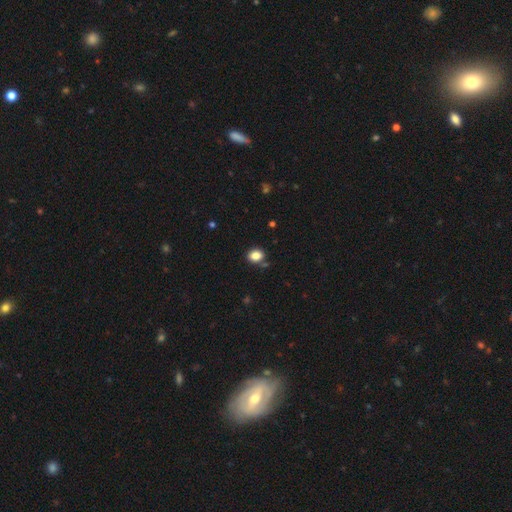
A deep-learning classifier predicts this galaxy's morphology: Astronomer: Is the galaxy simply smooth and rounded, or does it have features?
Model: smooth — 84%.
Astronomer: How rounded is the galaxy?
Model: in between — 51% (runner-up: round, 48%).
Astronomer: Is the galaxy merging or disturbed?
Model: none — 78%.